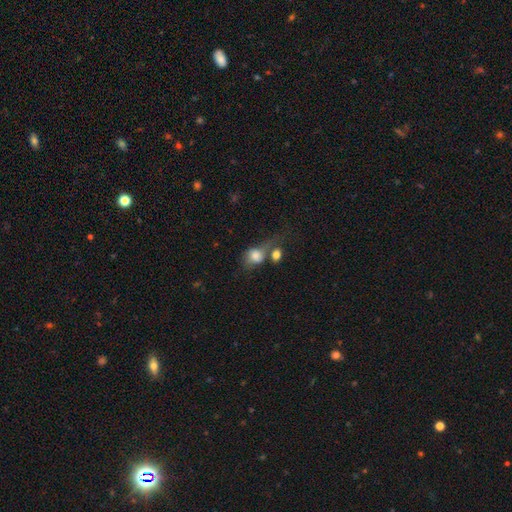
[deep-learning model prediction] Smooth or featured?
  - smooth: 75% *
  - featured or disk: 16%
  - star or artifact: 9%
How rounded?
  - round: 50% *
  - in between: 48%
  - cigar-shaped: 2%
Merging?
  - merger: 42% *
  - none: 24%
  - major disturbance: 18%
  - minor disturbance: 16%